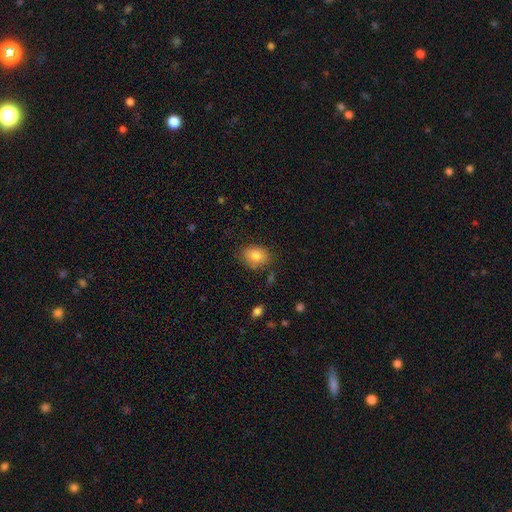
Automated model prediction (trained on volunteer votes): A smooth galaxy with no disk features (82%) that is in between round and cigar-shaped (60%).

Vote fractions:
- Smooth or featured? smooth: 82% / featured or disk: 10% / star or artifact: 8%
- How rounded? in between: 60% / round: 39% / cigar-shaped: 1%
- Merging? none: 77% / minor disturbance: 16% / major disturbance: 4% / merger: 2%